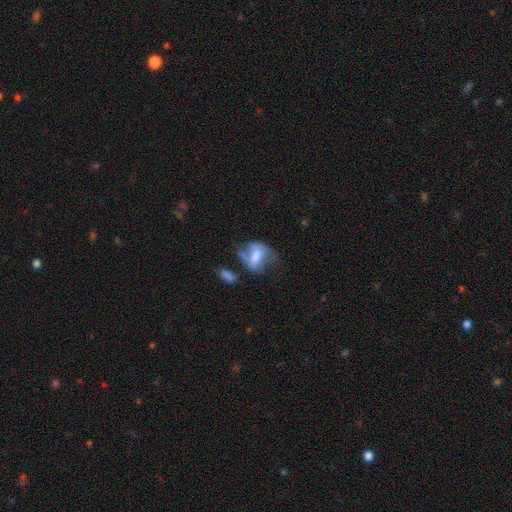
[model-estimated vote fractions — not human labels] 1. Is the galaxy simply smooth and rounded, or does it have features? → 51% smooth, 40% featured or disk, 9% star or artifact.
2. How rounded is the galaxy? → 78% in between, 18% round, 4% cigar-shaped.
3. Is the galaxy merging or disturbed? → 34% major disturbance, 26% none, 24% minor disturbance, 16% merger.